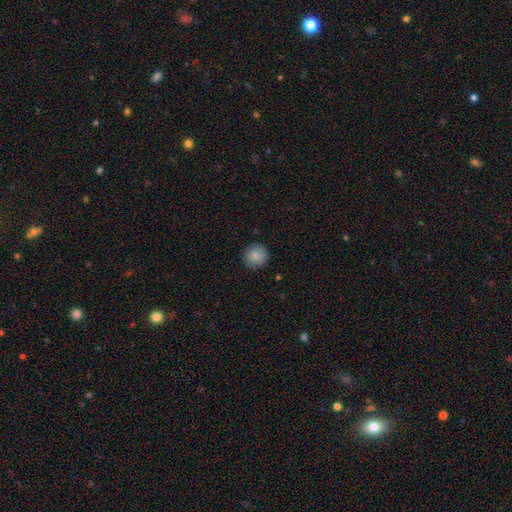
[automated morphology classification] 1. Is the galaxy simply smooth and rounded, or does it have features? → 87% smooth, 8% star or artifact, 5% featured or disk.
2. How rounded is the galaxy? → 94% round, 5% in between, 1% cigar-shaped.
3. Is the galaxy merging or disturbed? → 89% none, 8% minor disturbance, 2% major disturbance, 1% merger.